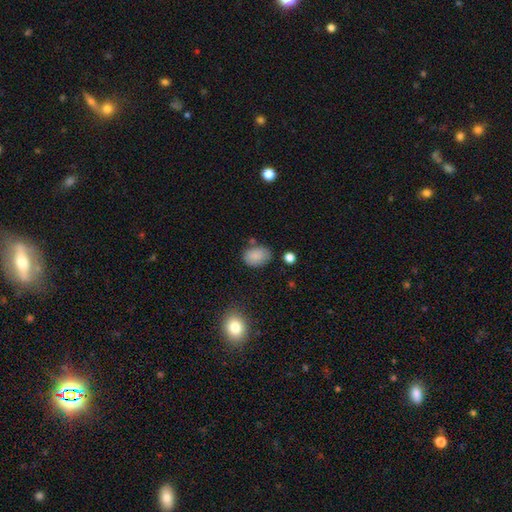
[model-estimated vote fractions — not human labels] Smooth or featured?
  - smooth: 86% *
  - star or artifact: 8%
  - featured or disk: 6%
How rounded?
  - in between: 82% *
  - round: 17%
  - cigar-shaped: 1%
Merging?
  - none: 73% *
  - minor disturbance: 18%
  - merger: 5%
  - major disturbance: 4%